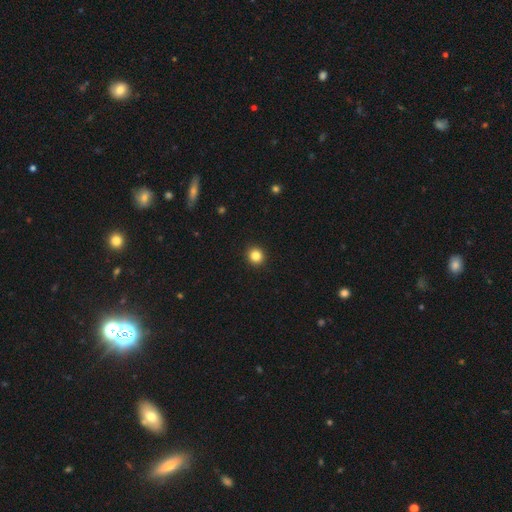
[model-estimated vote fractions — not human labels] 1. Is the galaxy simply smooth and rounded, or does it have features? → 84% smooth, 11% star or artifact, 5% featured or disk.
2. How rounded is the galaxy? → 92% round, 7% in between, 1% cigar-shaped.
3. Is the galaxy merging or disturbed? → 93% none, 4% minor disturbance, 2% major disturbance, 1% merger.